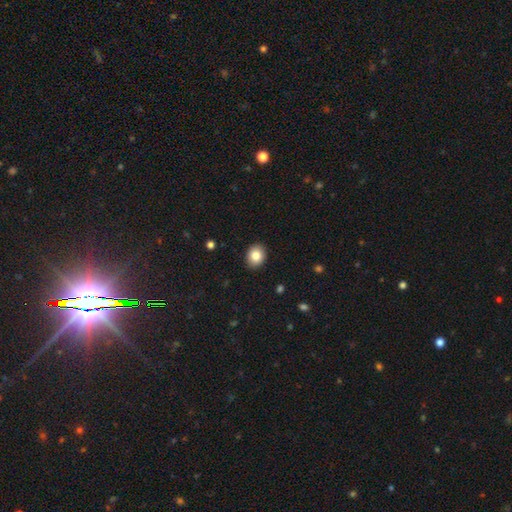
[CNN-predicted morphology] Smooth or featured?
  - smooth: 84% *
  - star or artifact: 9%
  - featured or disk: 7%
How rounded?
  - round: 55% *
  - in between: 44%
  - cigar-shaped: 1%
Merging?
  - none: 90% *
  - minor disturbance: 7%
  - major disturbance: 2%
  - merger: 1%